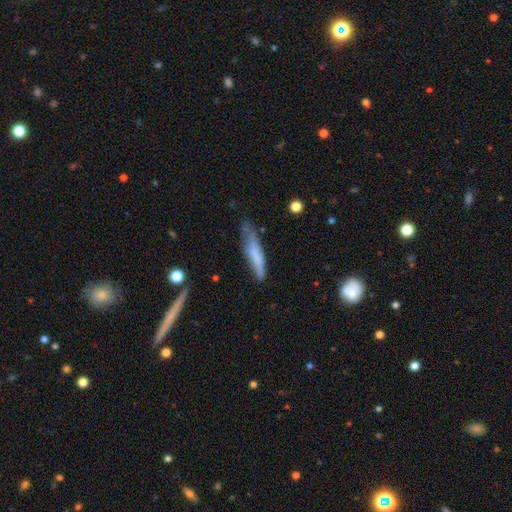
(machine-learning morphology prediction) Smooth or featured: smooth — 63% (featured or disk — 30%)
How rounded: cigar-shaped — 84% (in between — 14%)
Merging: none — 57% (minor disturbance — 31%)